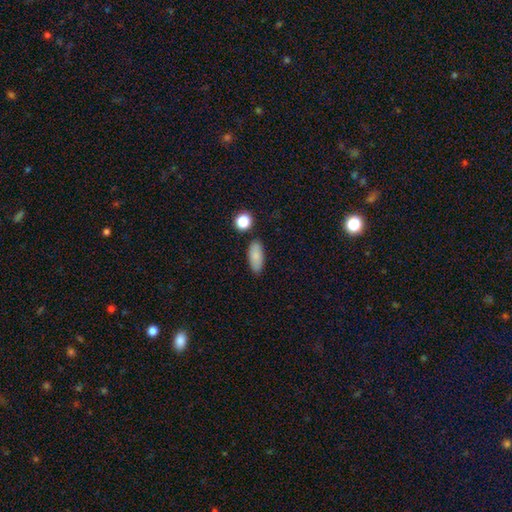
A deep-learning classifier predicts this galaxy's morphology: Q: Smooth or featured?
A: smooth (84%); runner-up: featured or disk (8%)
Q: How rounded?
A: in between (84%); runner-up: cigar-shaped (12%)
Q: Merging?
A: none (83%); runner-up: minor disturbance (11%)